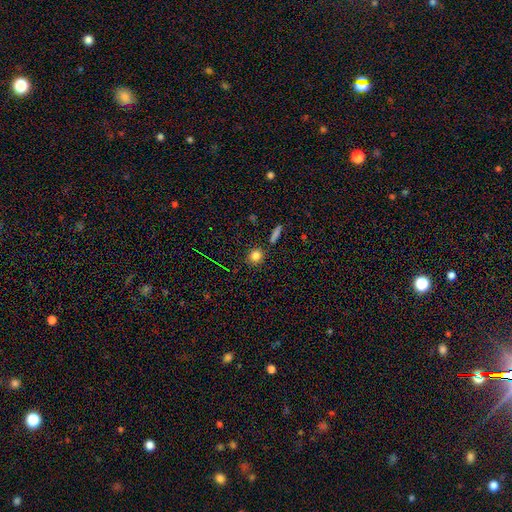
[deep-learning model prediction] Smooth or featured? smooth (80%)
How rounded? round (82%)
Merging? none (85%)